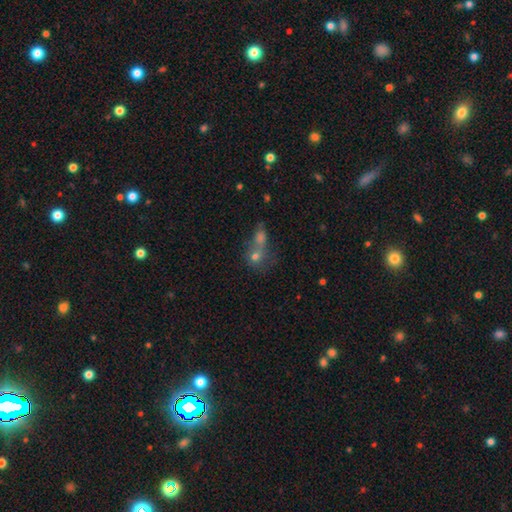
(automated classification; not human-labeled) Smooth or featured? Predicted: smooth (p=0.62). How rounded? Predicted: round (p=0.65). Merging? Predicted: merger (p=0.62).